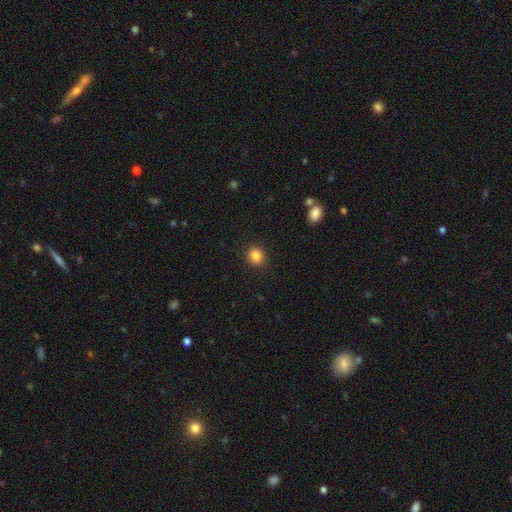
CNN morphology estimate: The model was most divided on "how rounded": round: 86%, in between: 13%, cigar-shaped: 1%. More confident: merging — none (90%); smooth or featured — smooth (85%).